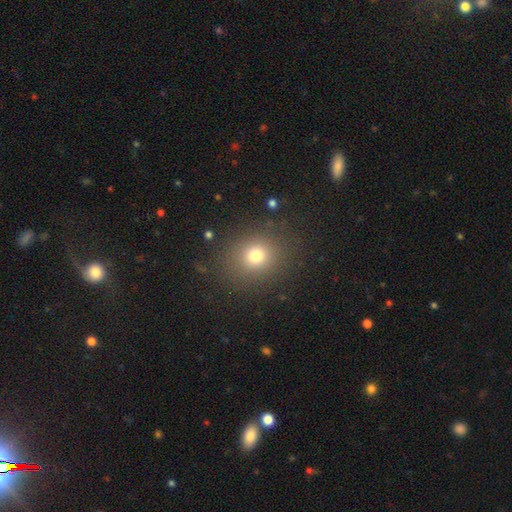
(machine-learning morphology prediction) Smooth or featured? Predicted: smooth (p=0.74). How rounded? Predicted: round (p=0.76). Merging? Predicted: none (p=0.85).